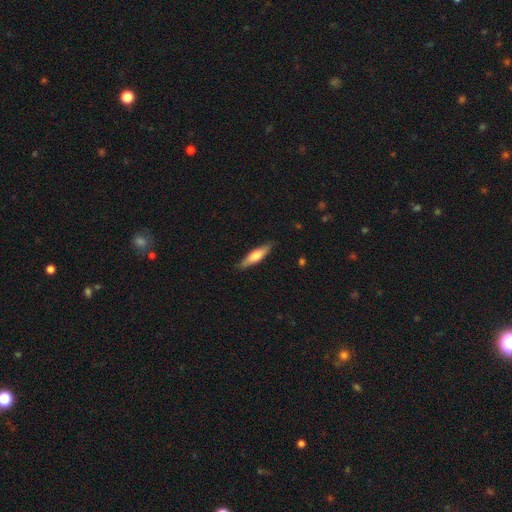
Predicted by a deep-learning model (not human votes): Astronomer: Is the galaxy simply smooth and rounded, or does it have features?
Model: smooth — 61%.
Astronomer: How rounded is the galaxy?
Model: cigar-shaped — 72%.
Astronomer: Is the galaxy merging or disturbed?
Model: none — 86%.